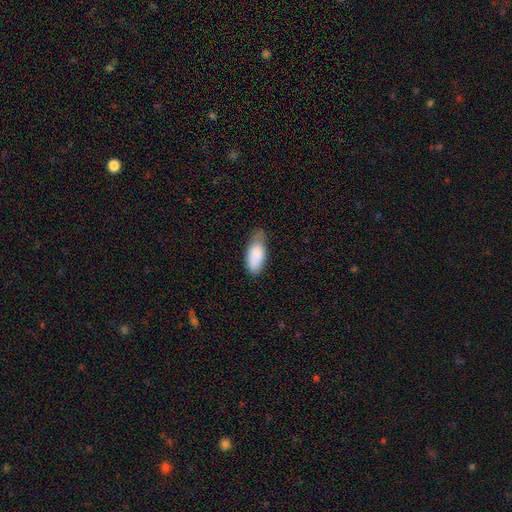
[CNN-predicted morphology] This is clearly a smooth galaxy (86%). How rounded: clearly in between (89%). Merging: possibly none (50%).